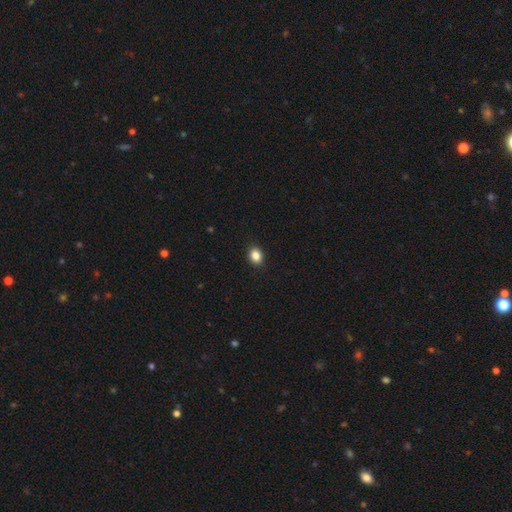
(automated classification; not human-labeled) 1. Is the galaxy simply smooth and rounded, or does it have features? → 86% smooth, 10% star or artifact, 4% featured or disk.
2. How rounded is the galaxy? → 56% in between, 43% round, 1% cigar-shaped.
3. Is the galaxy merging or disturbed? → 91% none, 7% minor disturbance, 2% major disturbance, 1% merger.